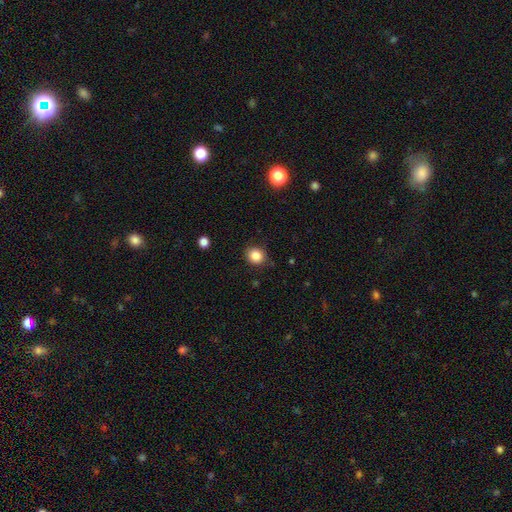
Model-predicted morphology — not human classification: This appears to be a smooth galaxy with no disk features (85%) that is round (82%). Merging: none (87%).